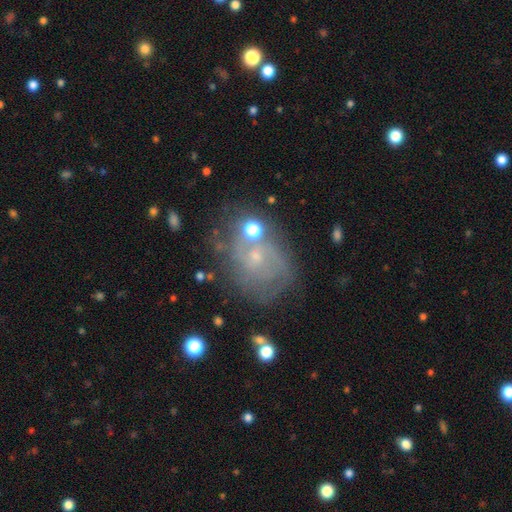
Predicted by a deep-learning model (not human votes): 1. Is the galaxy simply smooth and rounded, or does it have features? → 63% featured or disk, 20% smooth, 17% star or artifact.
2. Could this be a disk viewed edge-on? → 97% no, 3% yes.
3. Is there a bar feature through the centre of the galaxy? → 71% no, 25% weak, 5% strong.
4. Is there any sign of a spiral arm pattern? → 78% yes, 22% no.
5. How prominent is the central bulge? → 73% small, 19% moderate, 6% none, 1% large, 1% dominant.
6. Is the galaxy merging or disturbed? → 60% none, 19% minor disturbance, 11% major disturbance, 9% merger.